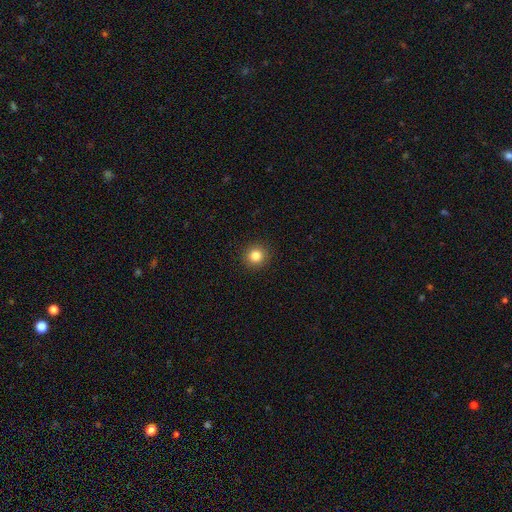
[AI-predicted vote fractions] This appears to be a smooth galaxy with no disk features (83%) that is round (94%). Merging: none (93%).